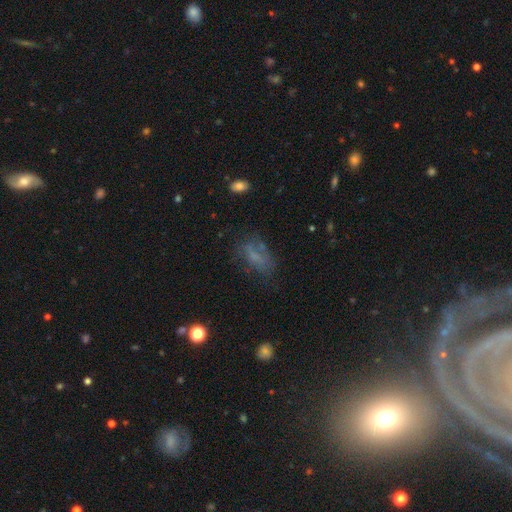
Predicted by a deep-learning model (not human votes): This is possibly a smooth galaxy (48%). Merging: possibly none (48%).